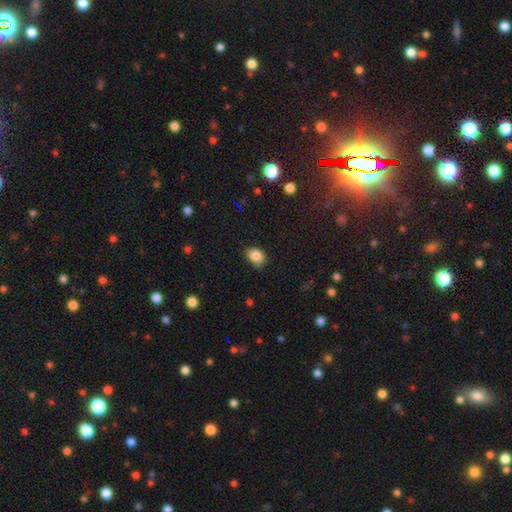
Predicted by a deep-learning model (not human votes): This is clearly a smooth galaxy (83%). How rounded: likely in between (63%). Merging: likely none (62%).